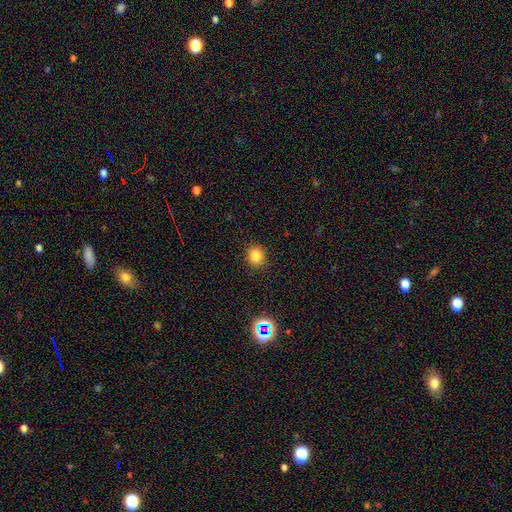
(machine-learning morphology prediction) smooth-or-featured: smooth: 82% | star or artifact: 13% | featured or disk: 5%
  how-rounded: round: 76% | in between: 23% | cigar-shaped: 1%
  merging: none: 90% | minor disturbance: 7% | major disturbance: 2% | merger: 1%